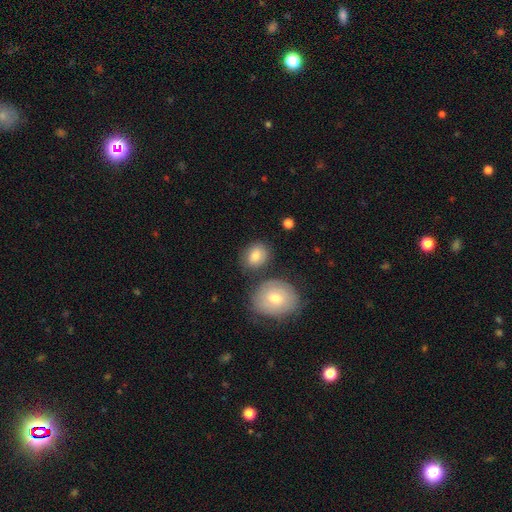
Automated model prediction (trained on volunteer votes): Smooth or featured?
  - smooth: 77% *
  - featured or disk: 15%
  - star or artifact: 8%
How rounded?
  - in between: 50% *
  - round: 48%
  - cigar-shaped: 1%
Merging?
  - none: 73% *
  - minor disturbance: 13%
  - merger: 10%
  - major disturbance: 4%